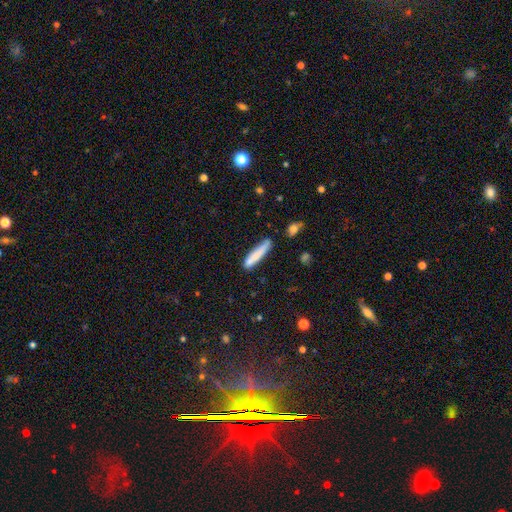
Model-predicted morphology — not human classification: Smooth or featured?
  - smooth: 76% *
  - featured or disk: 17%
  - star or artifact: 6%
How rounded?
  - cigar-shaped: 88% *
  - in between: 11%
  - round: 1%
Merging?
  - none: 71% *
  - minor disturbance: 19%
  - merger: 6%
  - major disturbance: 4%